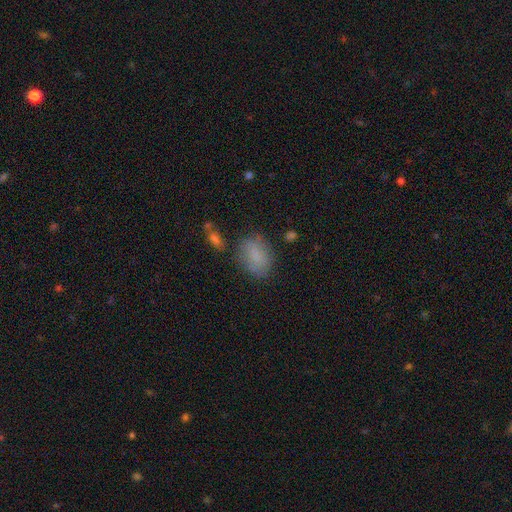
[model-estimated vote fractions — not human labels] smooth-or-featured: smooth: 80% | featured or disk: 11% | star or artifact: 10%
  how-rounded: in between: 79% | round: 19% | cigar-shaped: 2%
  merging: none: 69% | minor disturbance: 20% | major disturbance: 7% | merger: 4%